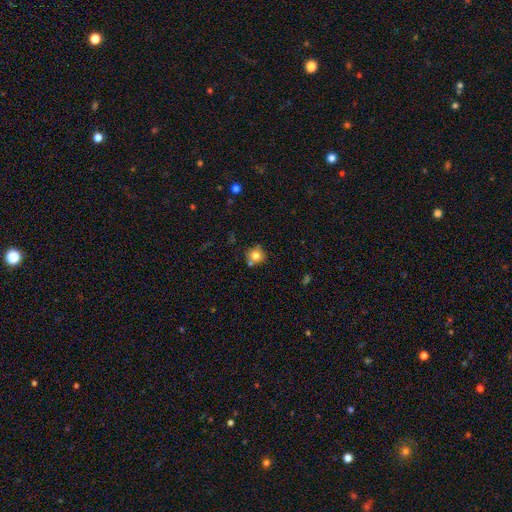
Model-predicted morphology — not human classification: A smooth galaxy with no disk features (78%) that is round (89%).

Vote fractions:
- Smooth or featured? smooth: 78% / star or artifact: 12% / featured or disk: 11%
- How rounded? round: 89% / in between: 10% / cigar-shaped: 1%
- Merging? none: 69% / merger: 14% / minor disturbance: 14% / major disturbance: 4%